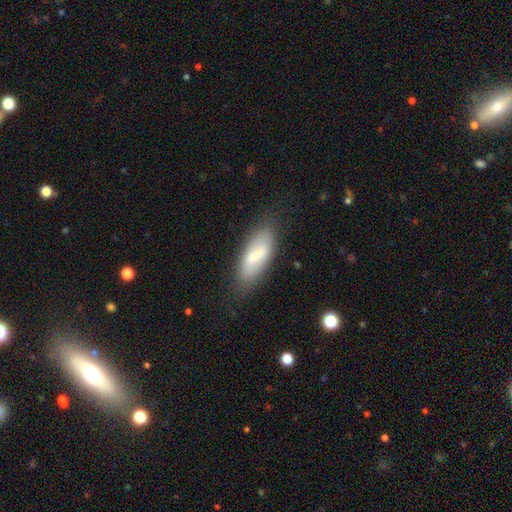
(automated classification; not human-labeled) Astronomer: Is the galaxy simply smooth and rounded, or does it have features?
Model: smooth — 60%.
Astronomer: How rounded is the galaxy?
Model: in between — 67%.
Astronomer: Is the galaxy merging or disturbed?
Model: none — 73%.